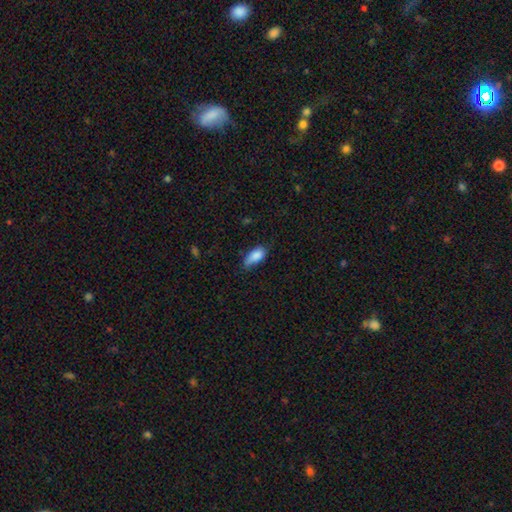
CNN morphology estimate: Smooth or featured? Predicted: smooth (p=0.85). How rounded? Predicted: in between (p=0.89). Merging? Predicted: none (p=0.52).